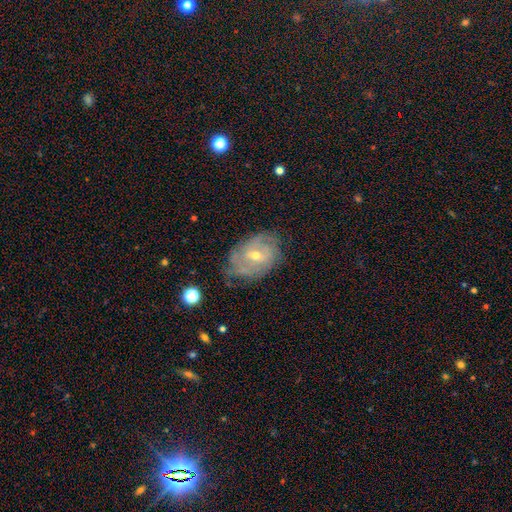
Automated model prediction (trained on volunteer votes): Overall: featured or disk (73%). Edge-on disk: no (95%). Bar: no (47%; weak 43%). Spiral arms: yes (81%). Spiral arm count: can't tell (48%; 2 28%). Spiral winding: tight (58%; medium 31%). Bulge size: small (50%; moderate 47%). Merging: none (60%; minor disturbance 28%).